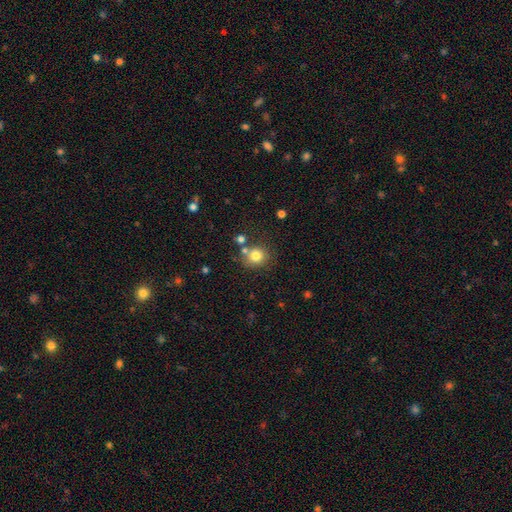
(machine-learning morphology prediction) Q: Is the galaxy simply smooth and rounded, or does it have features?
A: smooth — 79%.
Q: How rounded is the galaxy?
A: round — 85%.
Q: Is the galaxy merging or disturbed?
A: none — 70%.